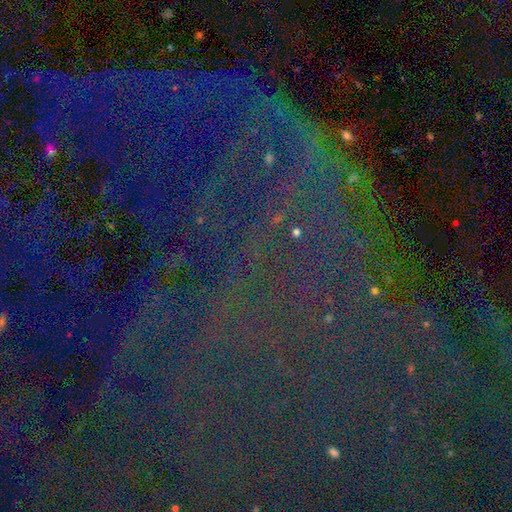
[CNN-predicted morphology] type=star or artifact (84%).